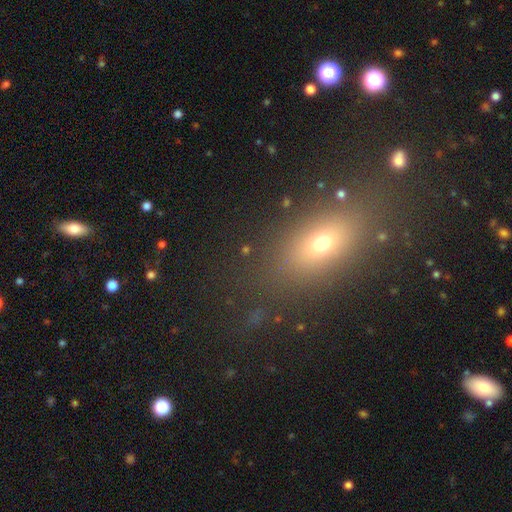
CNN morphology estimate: This appears to be a smooth galaxy with no disk features (59%) that is in between round and cigar-shaped (71%). Merging: none (83%).